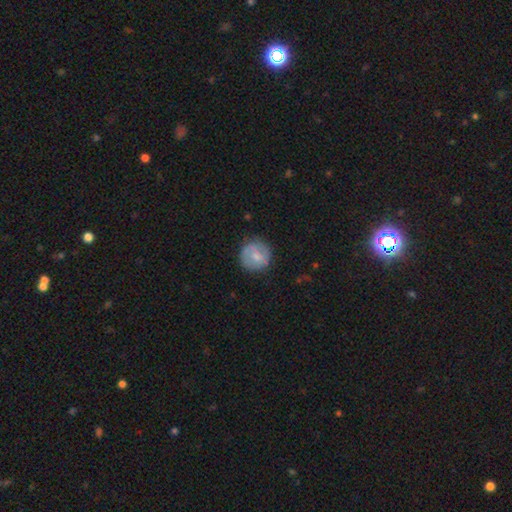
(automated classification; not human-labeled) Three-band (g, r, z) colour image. It shows a smooth galaxy with no disk features (63%) that is round (92%). Merging: none (79%).